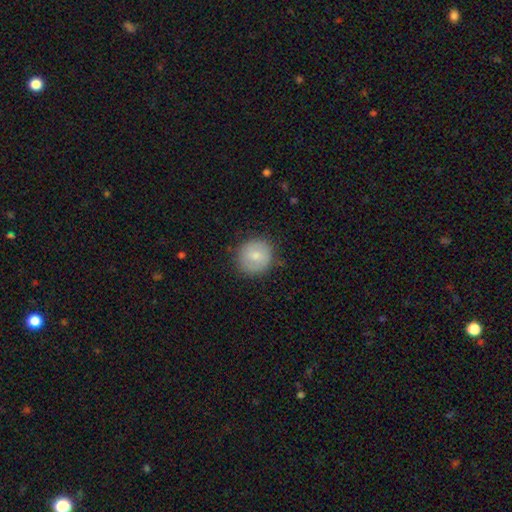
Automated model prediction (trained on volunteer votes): Q: Smooth or featured?
A: smooth (74%); runner-up: featured or disk (19%)
Q: How rounded?
A: round (90%); runner-up: in between (9%)
Q: Merging?
A: none (83%); runner-up: minor disturbance (12%)